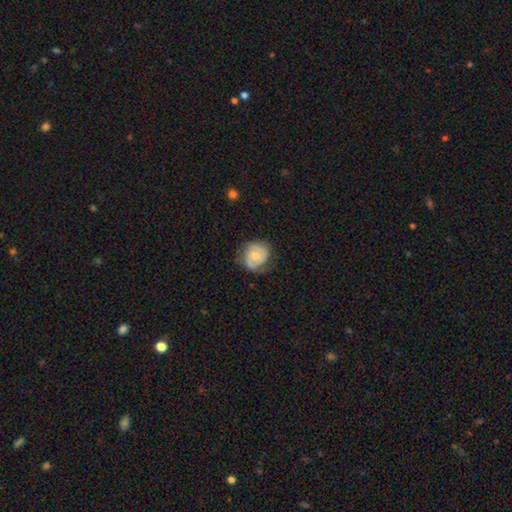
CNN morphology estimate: smooth-or-featured: smooth: 52% | featured or disk: 42% | star or artifact: 7%
  how-rounded: round: 70% | in between: 29% | cigar-shaped: 1%
  merging: none: 62% | minor disturbance: 28% | major disturbance: 10% | merger: 1%